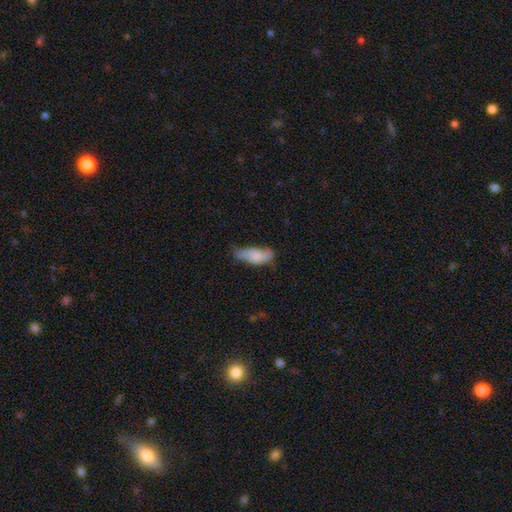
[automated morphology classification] Smooth or featured: smooth — 78% (featured or disk — 16%)
How rounded: in between — 77% (cigar-shaped — 20%)
Merging: minor disturbance — 40% (none — 39%)